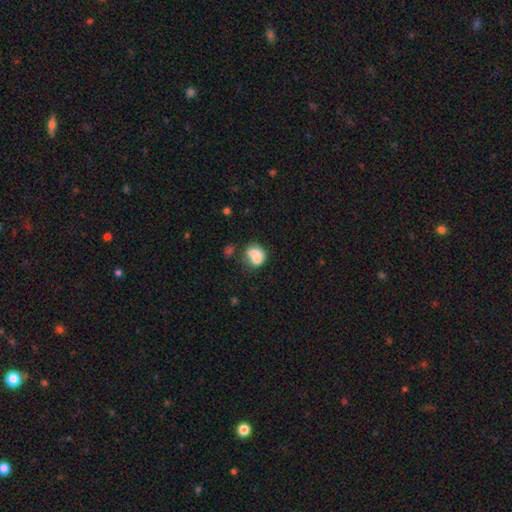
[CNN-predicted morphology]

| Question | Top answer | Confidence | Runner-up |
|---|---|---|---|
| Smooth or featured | smooth | 69% | featured or disk (21%) |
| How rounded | round | 55% | in between (44%) |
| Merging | merger | 54% | none (26%) |